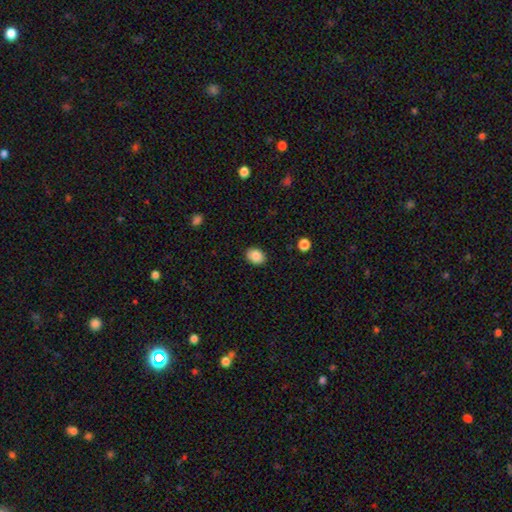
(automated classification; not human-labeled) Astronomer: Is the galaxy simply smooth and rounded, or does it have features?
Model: smooth — 86%.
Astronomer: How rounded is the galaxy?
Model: in between — 59% (runner-up: round, 40%).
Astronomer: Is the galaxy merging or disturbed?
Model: none — 88%.